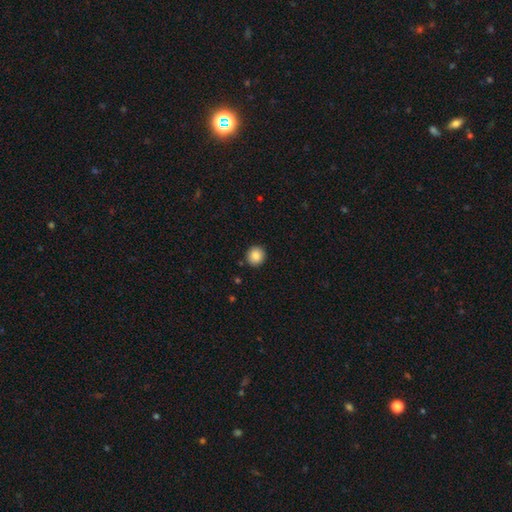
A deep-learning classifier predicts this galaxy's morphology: Smooth or featured: smooth — 87% (star or artifact — 9%)
How rounded: round — 90% (in between — 9%)
Merging: none — 91% (minor disturbance — 6%)